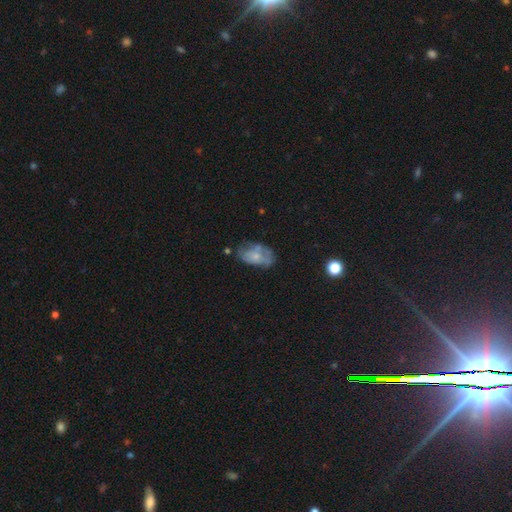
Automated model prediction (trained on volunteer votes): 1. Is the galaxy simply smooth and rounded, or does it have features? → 49% smooth, 43% featured or disk, 8% star or artifact.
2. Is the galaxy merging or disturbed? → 43% none, 31% minor disturbance, 18% major disturbance, 8% merger.